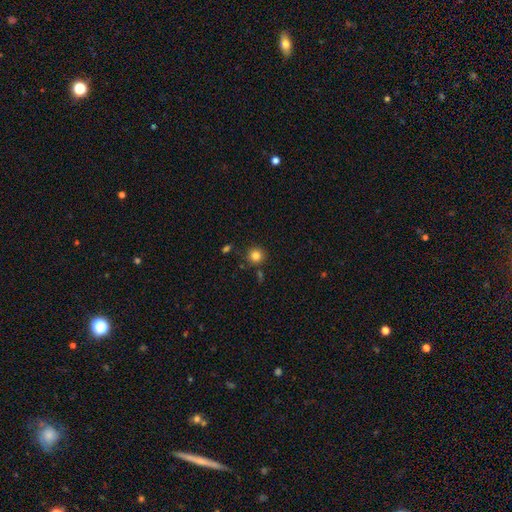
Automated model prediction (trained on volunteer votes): Smooth or featured? Predicted: smooth (p=0.82). How rounded? Predicted: round (p=0.93). Merging? Predicted: none (p=0.85).